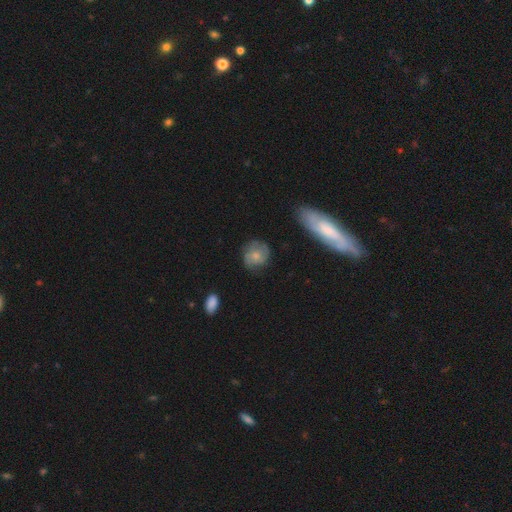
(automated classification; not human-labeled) Morphology: type=smooth (53%); roundness=round (76%); merging=none (68%).